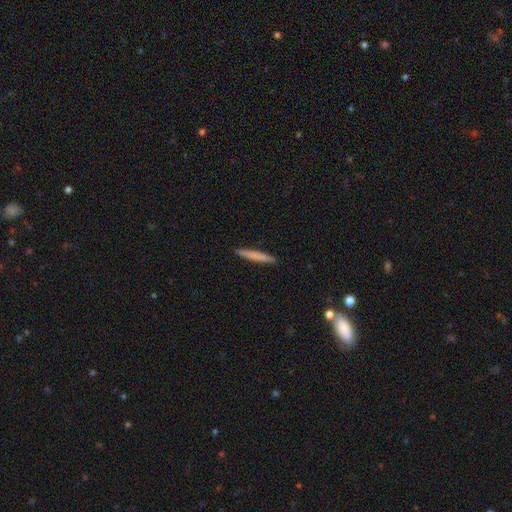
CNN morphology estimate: This appears to be a smooth galaxy with no disk features (72%) that is cigar-shaped (95%). Merging: none (91%).